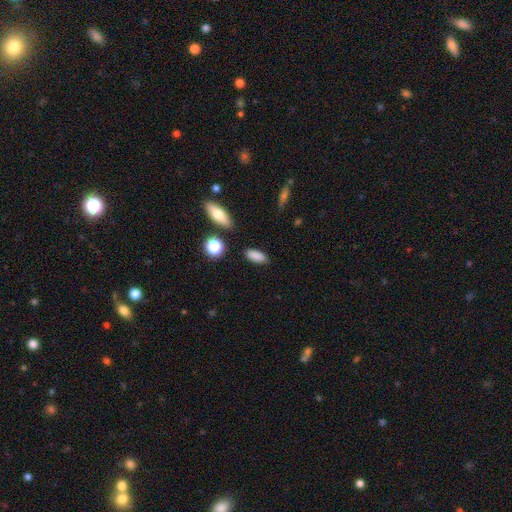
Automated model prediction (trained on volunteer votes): Morphology: type=smooth (85%); roundness=in between (78%); merging=none (84%).